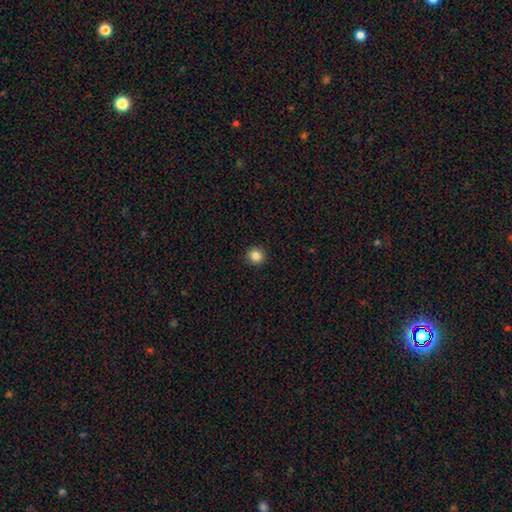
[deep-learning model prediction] smooth-or-featured: smooth: 85% | star or artifact: 11% | featured or disk: 5%
  how-rounded: round: 94% | in between: 5% | cigar-shaped: 1%
  merging: none: 93% | minor disturbance: 5% | major disturbance: 2% | merger: 1%